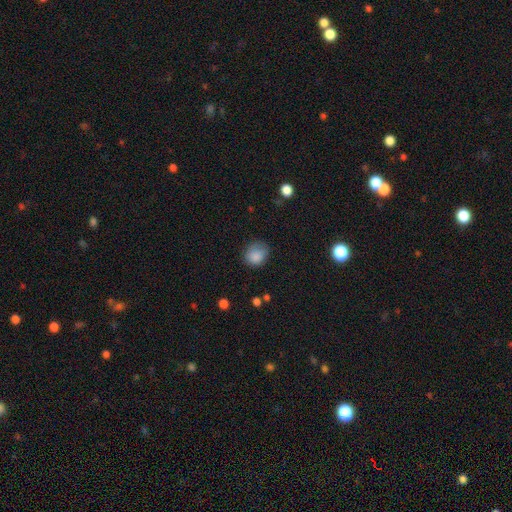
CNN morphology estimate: Smooth or featured?
  - smooth: 85% *
  - star or artifact: 10%
  - featured or disk: 6%
How rounded?
  - round: 62% *
  - in between: 37%
  - cigar-shaped: 1%
Merging?
  - none: 62% *
  - minor disturbance: 28%
  - major disturbance: 8%
  - merger: 2%